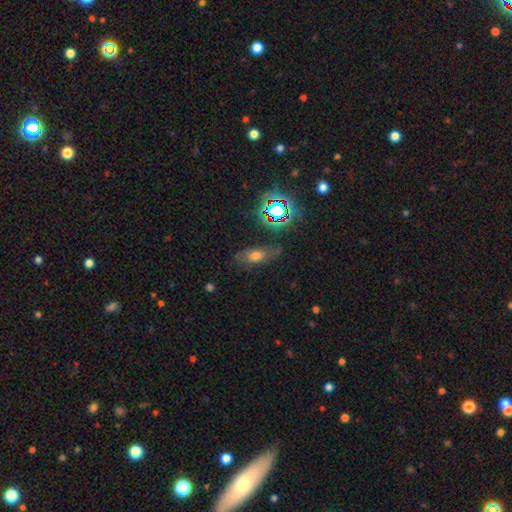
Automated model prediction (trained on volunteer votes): Smooth or featured?
  - smooth: 55% *
  - star or artifact: 23%
  - featured or disk: 22%
How rounded?
  - in between: 74% *
  - cigar-shaped: 15%
  - round: 11%
Merging?
  - none: 68% *
  - minor disturbance: 20%
  - major disturbance: 9%
  - merger: 3%